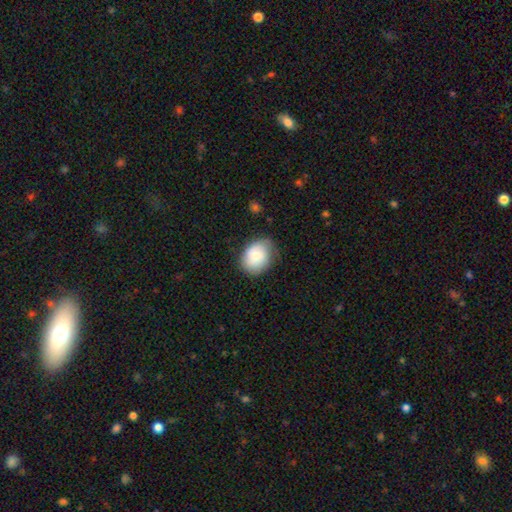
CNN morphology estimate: This is likely a smooth galaxy (72%). How rounded: possibly in between (54%). Merging: likely none (69%).